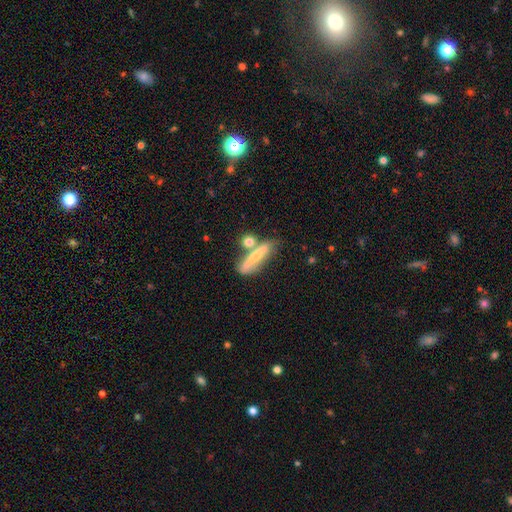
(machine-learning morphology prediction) Smooth or featured: smooth — 55% (featured or disk — 38%)
How rounded: cigar-shaped — 65% (in between — 28%)
Merging: none — 47% (merger — 27%)